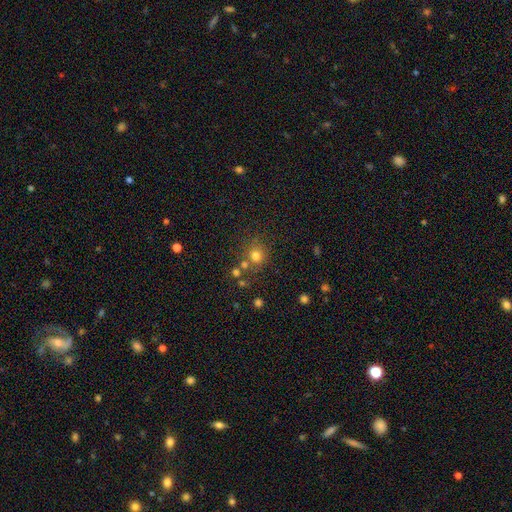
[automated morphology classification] Smooth or featured?
  - smooth: 76% *
  - star or artifact: 16%
  - featured or disk: 8%
How rounded?
  - round: 86% *
  - in between: 13%
  - cigar-shaped: 1%
Merging?
  - none: 69% *
  - merger: 15%
  - minor disturbance: 11%
  - major disturbance: 5%